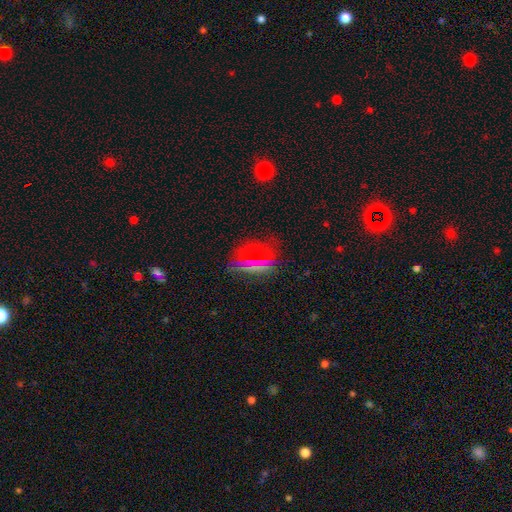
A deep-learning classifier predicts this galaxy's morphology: Smooth or featured?
  - smooth: 49% *
  - star or artifact: 35%
  - featured or disk: 17%
Merging?
  - none: 71% *
  - minor disturbance: 17%
  - major disturbance: 8%
  - merger: 5%